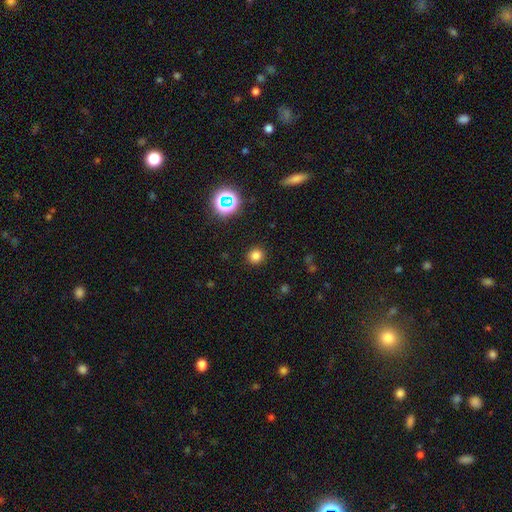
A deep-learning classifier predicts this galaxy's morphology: type=smooth (78%); roundness=round (90%); merging=none (91%).